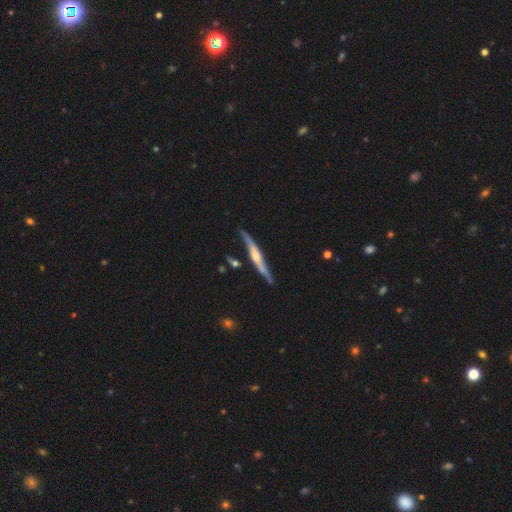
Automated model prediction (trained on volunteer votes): Smooth or featured: featured or disk — 75% (smooth — 20%)
Edge-on disk: yes — 94% (no — 6%)
Edge-on bulge: rounded — 81% (none — 12%)
Merging: none — 78% (minor disturbance — 16%)